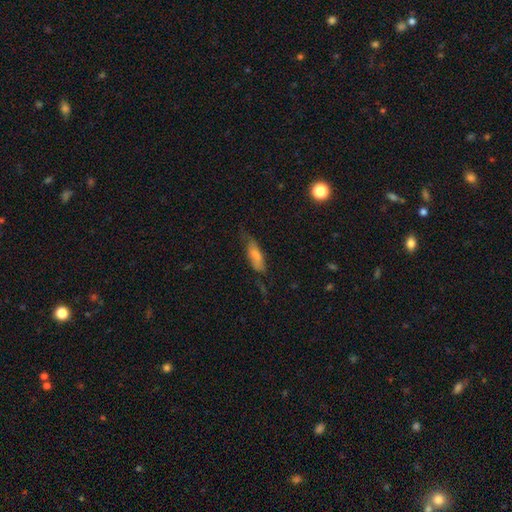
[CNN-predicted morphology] Q: Smooth or featured?
A: smooth (72%); runner-up: featured or disk (21%)
Q: How rounded?
A: in between (53%); runner-up: cigar-shaped (44%)
Q: Merging?
A: none (47%); runner-up: minor disturbance (34%)